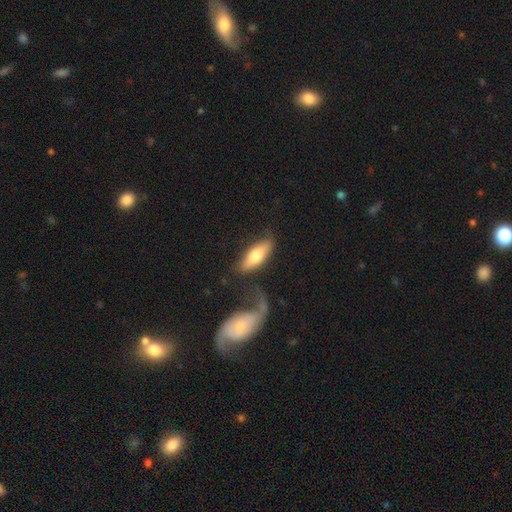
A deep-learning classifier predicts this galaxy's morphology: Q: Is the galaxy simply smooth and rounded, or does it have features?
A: smooth — 66%.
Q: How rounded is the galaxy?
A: in between — 72%.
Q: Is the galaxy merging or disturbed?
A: none — 59%.